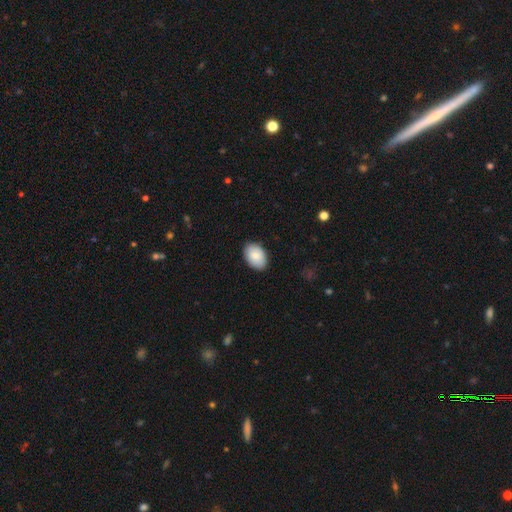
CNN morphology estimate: Overall: smooth (86%). How rounded: in between (89%). Merging: none (87%).